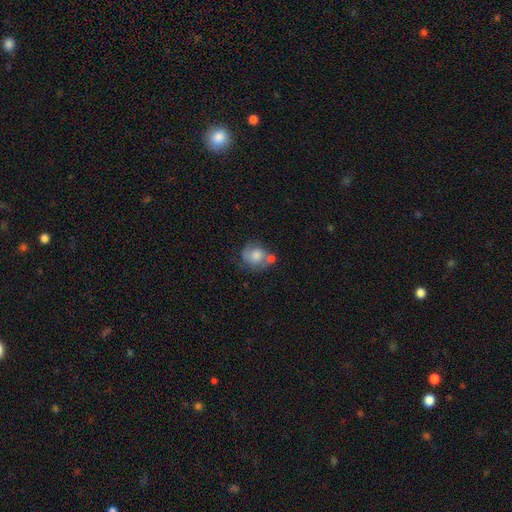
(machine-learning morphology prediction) Smooth or featured? smooth (53%)
How rounded? round (66%)
Merging? none (40%)